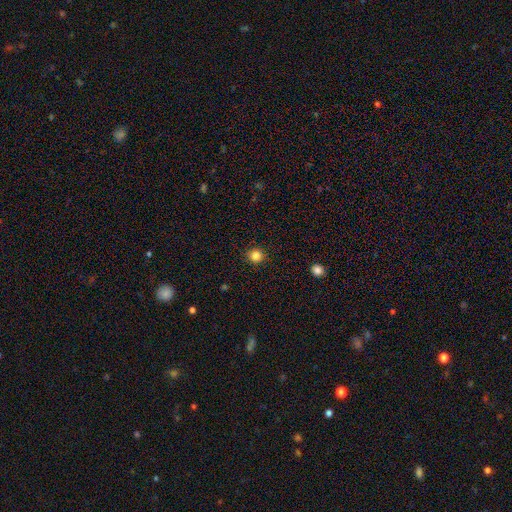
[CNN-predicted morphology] This is clearly a smooth galaxy (83%). How rounded: clearly round (92%). Merging: clearly none (91%).